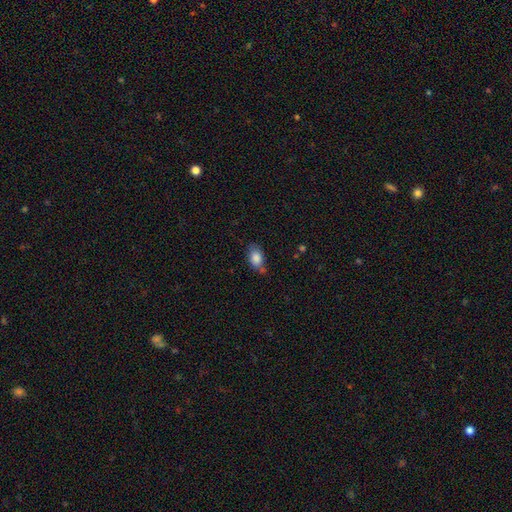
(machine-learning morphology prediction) Smooth or featured: smooth — 85% (star or artifact — 8%)
How rounded: in between — 86% (round — 12%)
Merging: none — 60% (minor disturbance — 26%)